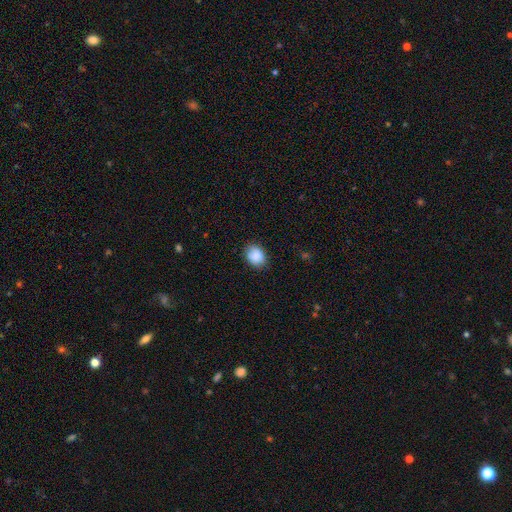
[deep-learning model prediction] Overall: smooth (87%). How rounded: in between (61%; round 38%). Merging: none (79%).